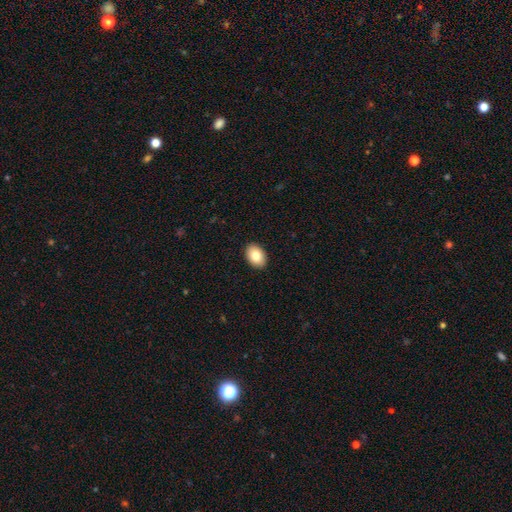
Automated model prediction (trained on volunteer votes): This is clearly a smooth galaxy (83%). How rounded: clearly in between (81%). Merging: clearly none (91%).